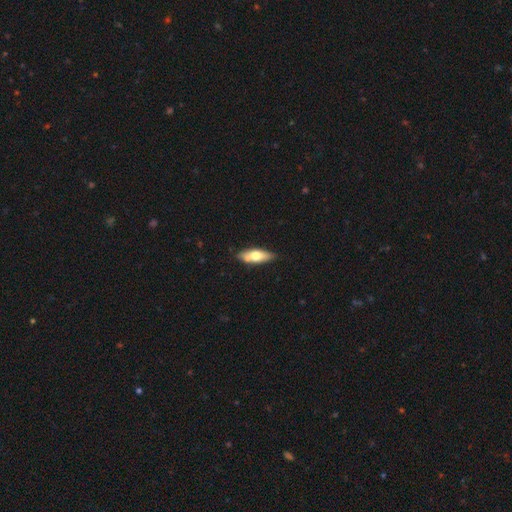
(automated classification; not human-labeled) Morphology: type=smooth (60%); roundness=in between (62%); merging=none (76%).